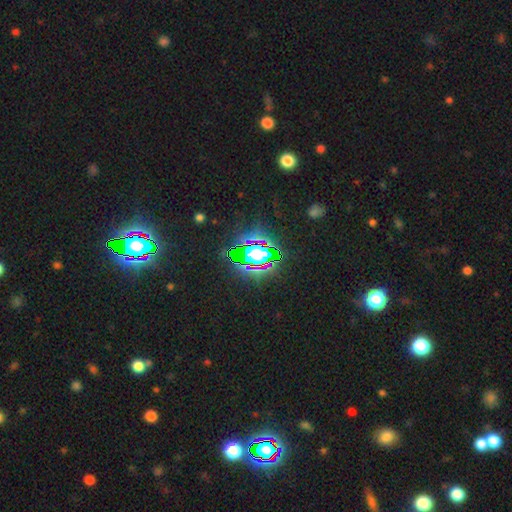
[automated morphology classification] The model was most divided on "smooth or featured": star or artifact: 81%, smooth: 11%, featured or disk: 8%.